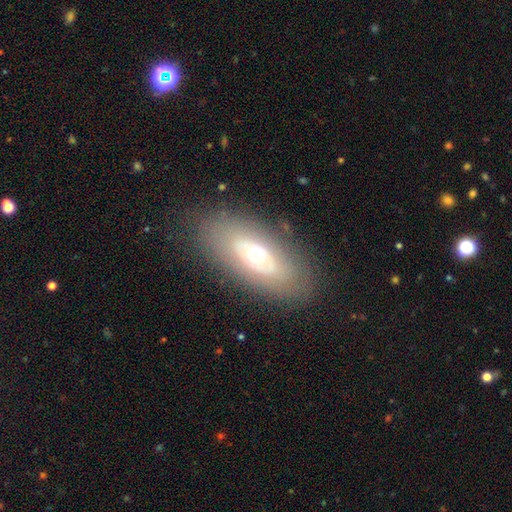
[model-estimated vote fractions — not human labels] This is possibly a featured or disk galaxy (46%). Merging: clearly none (82%).